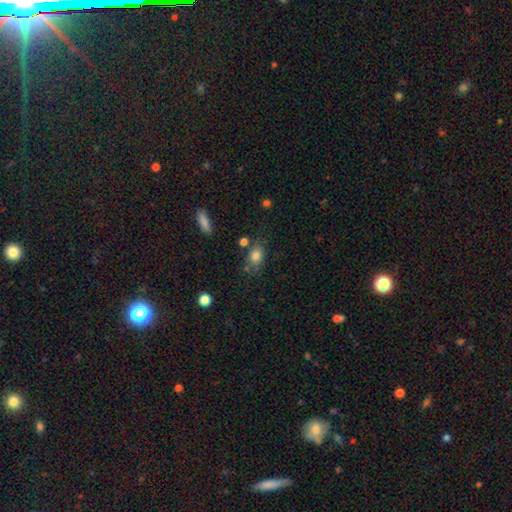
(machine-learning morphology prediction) smooth-or-featured: smooth: 80% | star or artifact: 10% | featured or disk: 9%
  how-rounded: in between: 67% | round: 30% | cigar-shaped: 3%
  merging: none: 66% | minor disturbance: 18% | merger: 9% | major disturbance: 6%